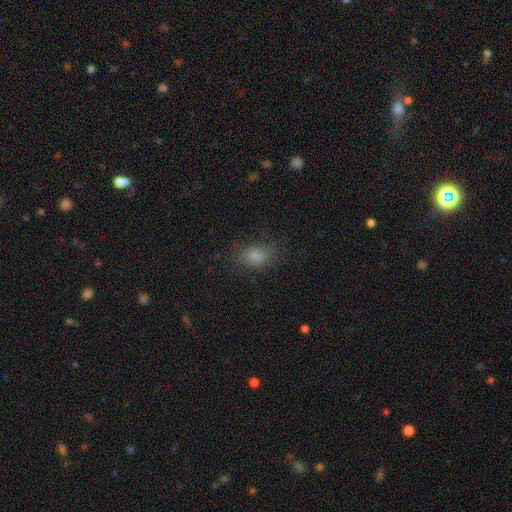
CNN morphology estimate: Q: Smooth or featured?
A: smooth (78%); runner-up: star or artifact (15%)
Q: How rounded?
A: in between (80%); runner-up: round (18%)
Q: Merging?
A: none (81%); runner-up: minor disturbance (13%)